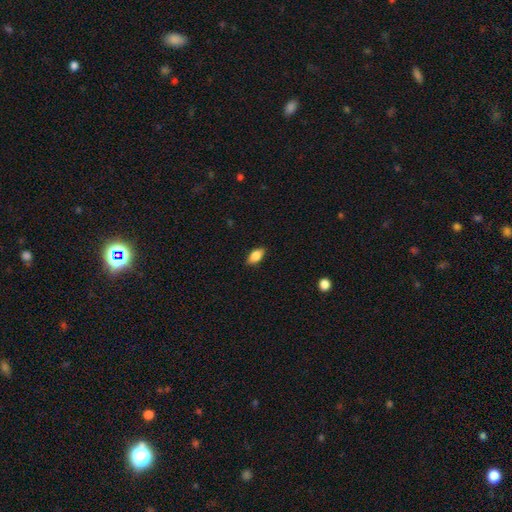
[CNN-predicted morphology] smooth_or_featured: smooth (p=0.84) [alt: featured or disk p=0.09]
how_rounded: in between (p=0.90) [alt: round p=0.05]
merging: none (p=0.87) [alt: minor disturbance p=0.10]